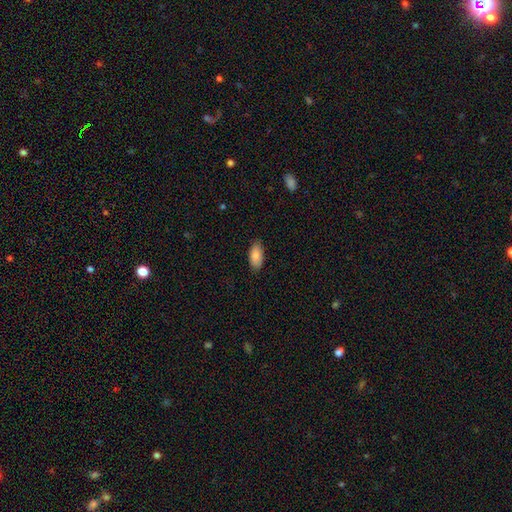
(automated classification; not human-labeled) A smooth galaxy with no disk features (87%) that is in between round and cigar-shaped (93%).

Vote fractions:
- Smooth or featured? smooth: 87% / featured or disk: 7% / star or artifact: 6%
- How rounded? in between: 93% / cigar-shaped: 5% / round: 2%
- Merging? none: 86% / minor disturbance: 11% / major disturbance: 2% / merger: 1%